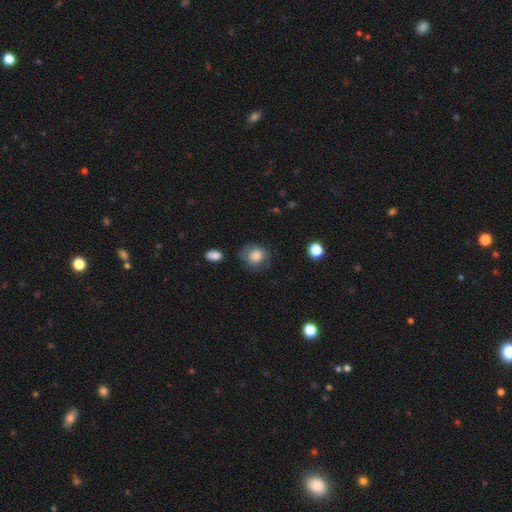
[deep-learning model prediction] This appears to be a smooth galaxy with no disk features (73%) that is round (70%). Merging: none (66%).